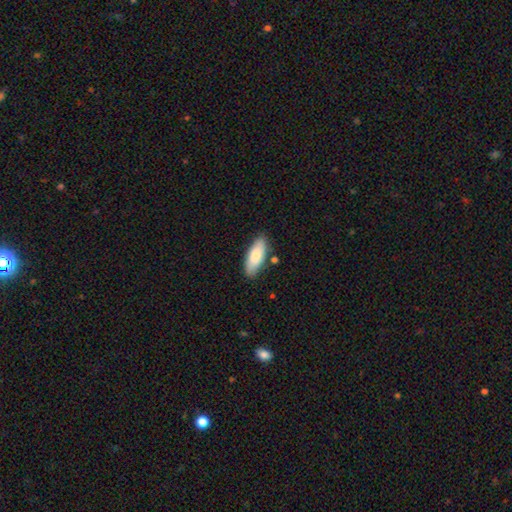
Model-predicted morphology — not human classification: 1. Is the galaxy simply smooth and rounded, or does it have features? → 81% smooth, 13% featured or disk, 6% star or artifact.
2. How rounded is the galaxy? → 77% in between, 21% cigar-shaped, 2% round.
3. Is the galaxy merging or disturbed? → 81% none, 13% minor disturbance, 4% merger, 2% major disturbance.